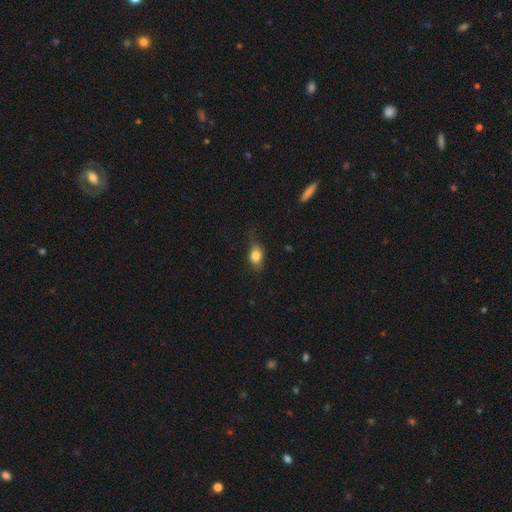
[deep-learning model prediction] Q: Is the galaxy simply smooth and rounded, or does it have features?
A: smooth — 79%.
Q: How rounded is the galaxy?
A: in between — 70%.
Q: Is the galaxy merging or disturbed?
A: none — 62%.